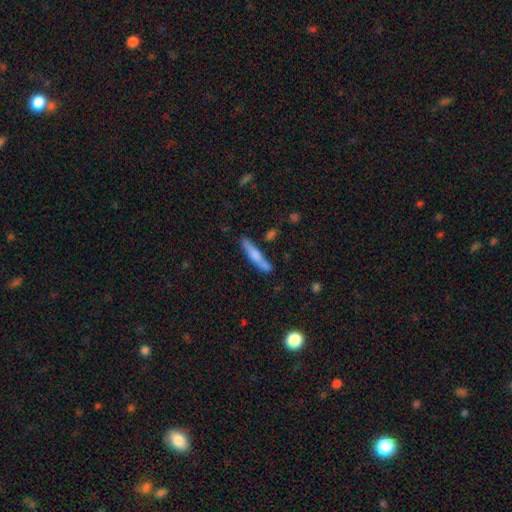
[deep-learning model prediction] Smooth or featured: smooth — 56% (featured or disk — 38%)
How rounded: cigar-shaped — 90% (in between — 8%)
Merging: none — 75% (minor disturbance — 15%)